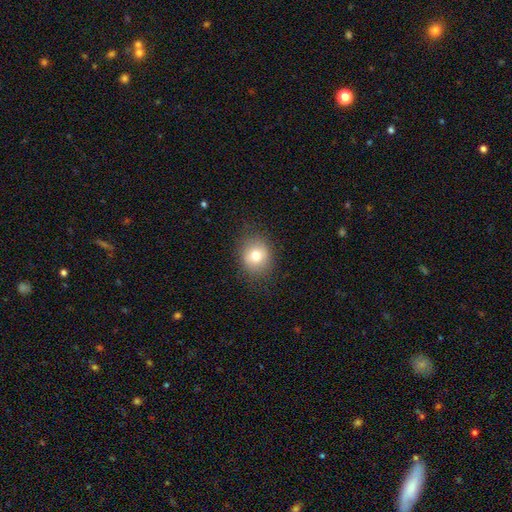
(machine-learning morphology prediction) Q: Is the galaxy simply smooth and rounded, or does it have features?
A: smooth — 77%.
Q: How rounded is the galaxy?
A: round — 70%.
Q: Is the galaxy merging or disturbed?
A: none — 85%.